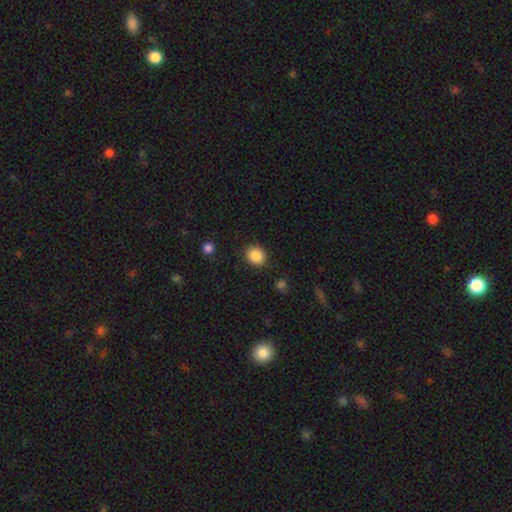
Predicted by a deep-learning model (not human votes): Q: Smooth or featured?
A: smooth (87%); runner-up: star or artifact (9%)
Q: How rounded?
A: round (70%); runner-up: in between (29%)
Q: Merging?
A: none (85%); runner-up: minor disturbance (10%)